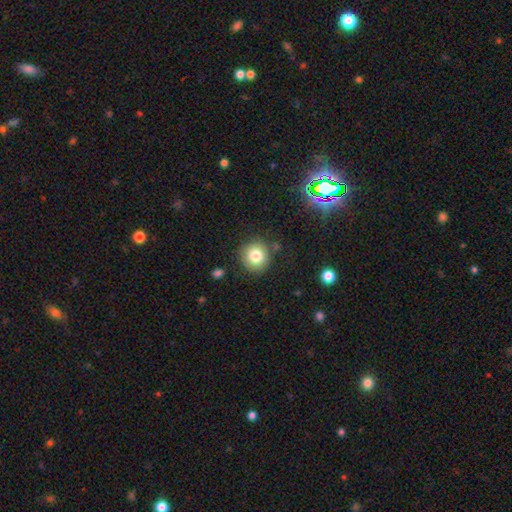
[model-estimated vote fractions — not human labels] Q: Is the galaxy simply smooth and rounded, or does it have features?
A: smooth — 81%.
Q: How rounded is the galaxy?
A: round — 90%.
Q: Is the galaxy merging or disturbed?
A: none — 85%.